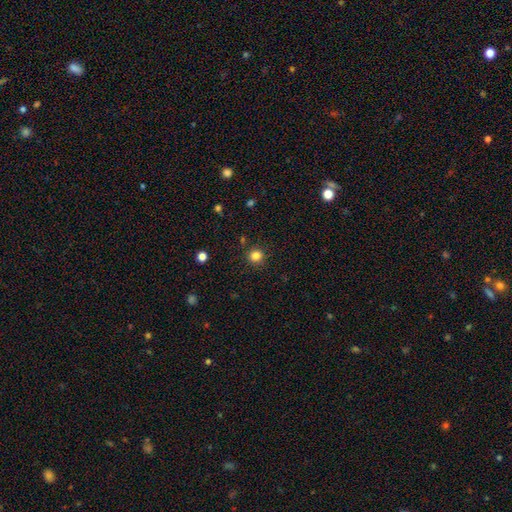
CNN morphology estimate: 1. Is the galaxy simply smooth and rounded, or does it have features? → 83% smooth, 13% star or artifact, 4% featured or disk.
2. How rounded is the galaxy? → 92% round, 7% in between, 1% cigar-shaped.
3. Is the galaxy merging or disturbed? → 89% none, 7% minor disturbance, 2% major disturbance, 2% merger.